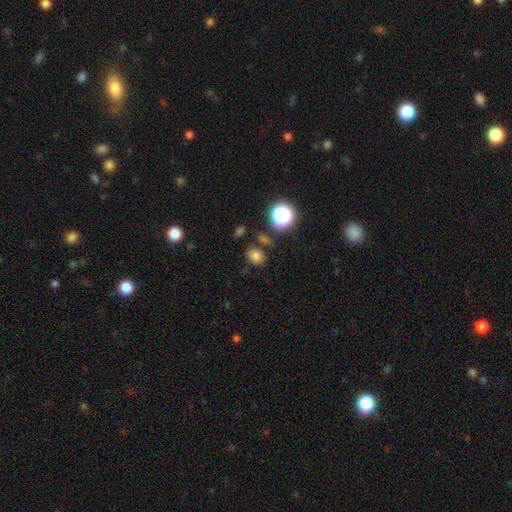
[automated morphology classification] smooth 76%, star or artifact 18%, featured or disk 6%. Down the decision tree: how rounded — in between (50%); merging — none (77%).